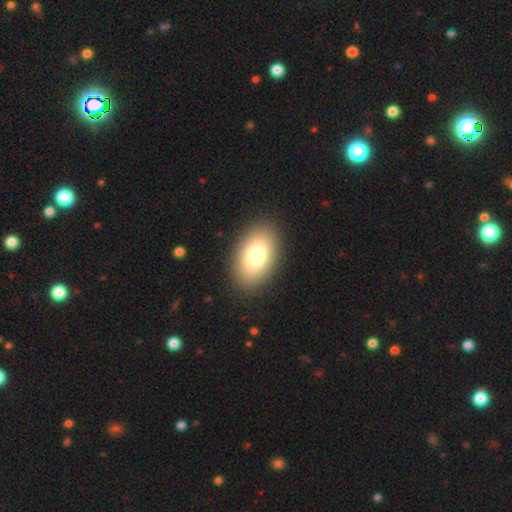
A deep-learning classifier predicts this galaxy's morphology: Overall: smooth (80%). How rounded: in between (90%). Merging: none (89%).